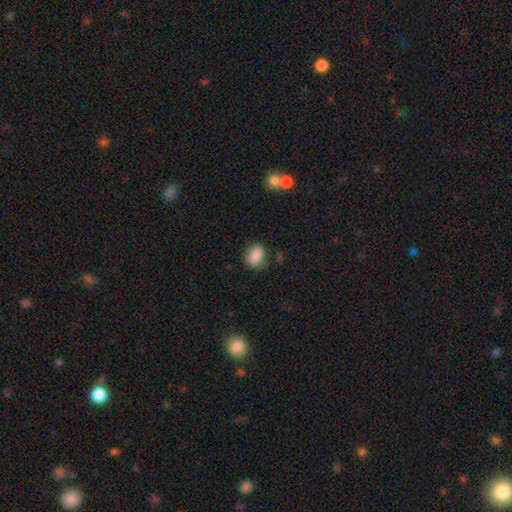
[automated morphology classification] Q: Smooth or featured?
A: smooth (83%); runner-up: featured or disk (9%)
Q: How rounded?
A: in between (65%); runner-up: round (34%)
Q: Merging?
A: none (67%); runner-up: minor disturbance (23%)